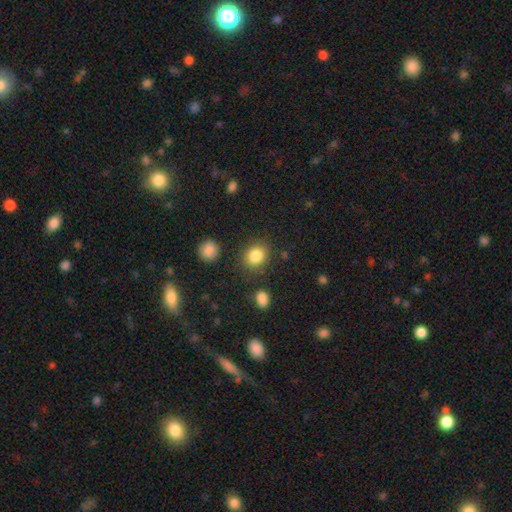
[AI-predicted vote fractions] smooth-or-featured: smooth: 84% | star or artifact: 10% | featured or disk: 6%
  how-rounded: round: 61% | in between: 38% | cigar-shaped: 1%
  merging: none: 82% | minor disturbance: 11% | major disturbance: 4% | merger: 4%